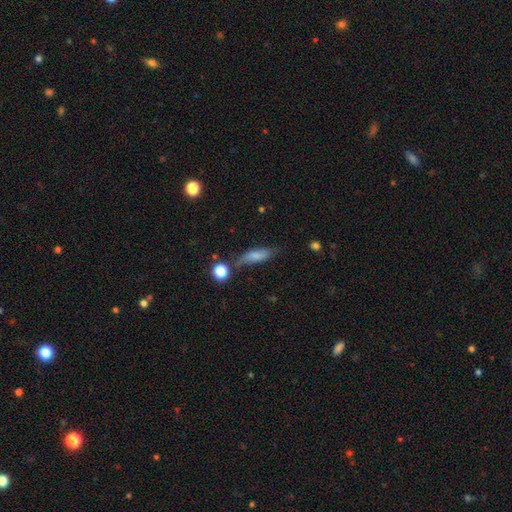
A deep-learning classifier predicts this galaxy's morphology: A smooth galaxy with no disk features (72%) that is in between round and cigar-shaped (54%). Merging: none (53%).